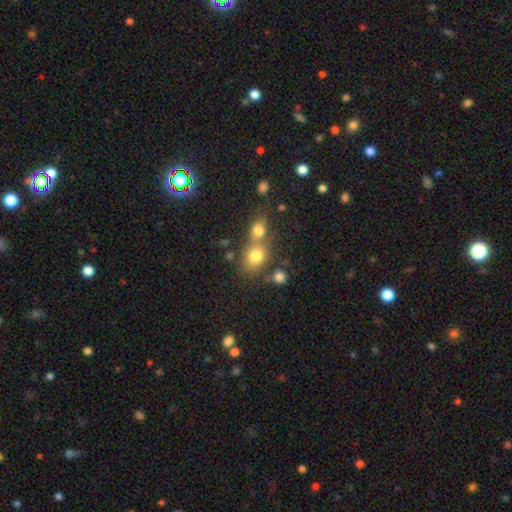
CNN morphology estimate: Smooth or featured: smooth — 77% (star or artifact — 13%)
How rounded: round — 54% (in between — 44%)
Merging: merger — 47% (none — 40%)